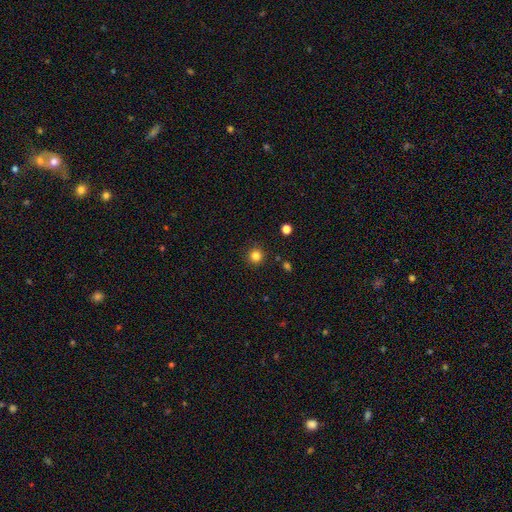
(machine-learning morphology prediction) Smooth or featured? Predicted: smooth (p=0.83). How rounded? Predicted: round (p=0.95). Merging? Predicted: none (p=0.91).